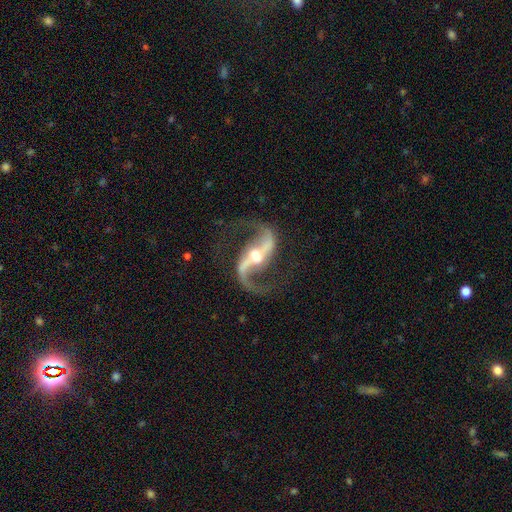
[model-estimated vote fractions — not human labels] A featured or disk galaxy (94%) with a strong bar (57%), 2 (95%) loose (56%) spiral arms (98%) and a moderate central bulge (63%).

Vote fractions:
- Smooth or featured? featured or disk: 94% / star or artifact: 4% / smooth: 2%
- Edge-on disk? no: 97% / yes: 3%
- Bar? strong: 57% / weak: 30% / no: 14%
- Spiral arms? yes: 98% / no: 2%
- Spiral winding? loose: 56% / medium: 38% / tight: 6%
- Spiral arm count? 2: 95% / 1: 1% / can't tell: 1% / 3: 1% / 4: 1% / more than 4: 1%
- Bulge size? moderate: 63% / small: 24% / large: 10% / none: 2% / dominant: 2%
- Merging? none: 80% / minor disturbance: 11% / major disturbance: 7% / merger: 2%